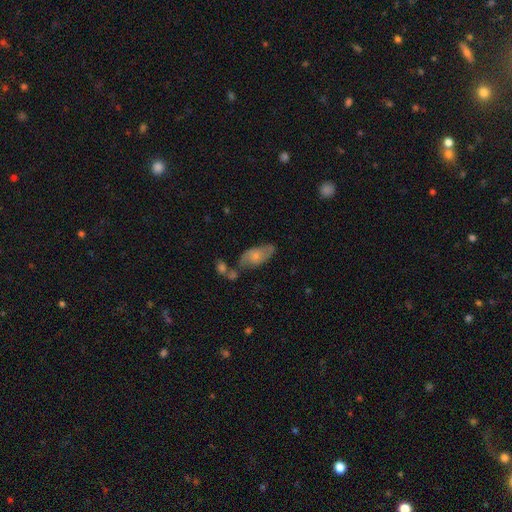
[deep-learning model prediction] Q: Smooth or featured?
A: smooth (52%); runner-up: featured or disk (40%)
Q: How rounded?
A: in between (88%); runner-up: cigar-shaped (8%)
Q: Merging?
A: none (45%); runner-up: minor disturbance (24%)